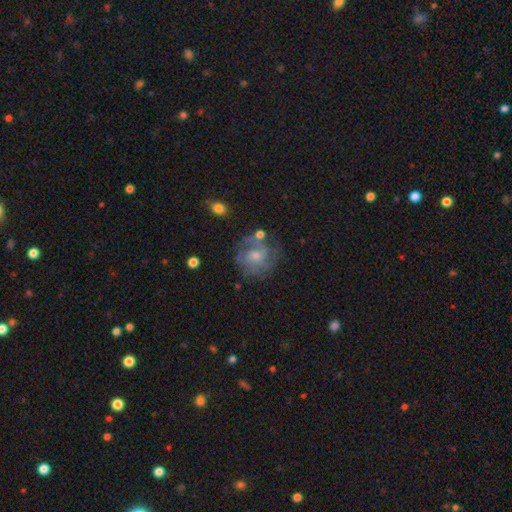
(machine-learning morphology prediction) The model was most divided on "bulge size": moderate: 49%, small: 41%, none: 4%, large: 4%, dominant: 1%. More confident: edge-on disk — no (97%); spiral arms — yes (79%); merging — none (70%); bar — no (68%); smooth or featured — featured or disk (59%).